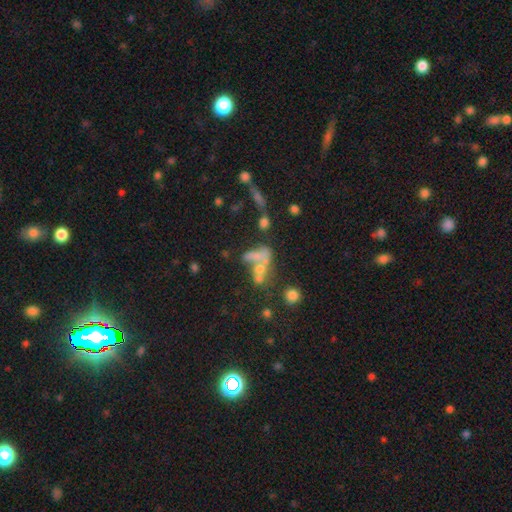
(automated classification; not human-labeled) Q: Smooth or featured?
A: smooth (47%); runner-up: featured or disk (33%)
Q: Merging?
A: merger (51%); runner-up: none (22%)